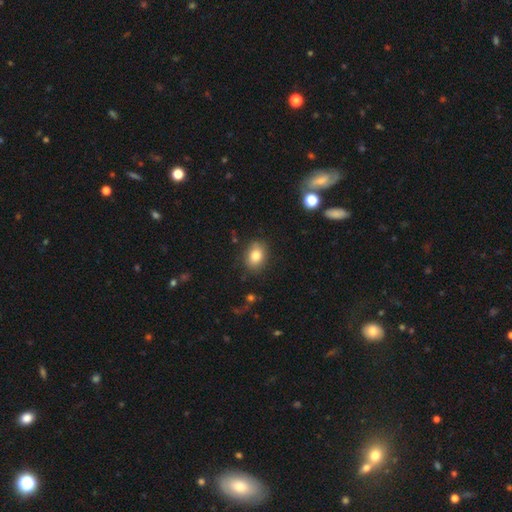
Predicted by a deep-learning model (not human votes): A smooth galaxy with no disk features (81%) that is in between round and cigar-shaped (64%).

Vote fractions:
- Smooth or featured? smooth: 81% / star or artifact: 10% / featured or disk: 9%
- How rounded? in between: 64% / round: 35% / cigar-shaped: 1%
- Merging? none: 85% / minor disturbance: 11% / major disturbance: 3% / merger: 2%